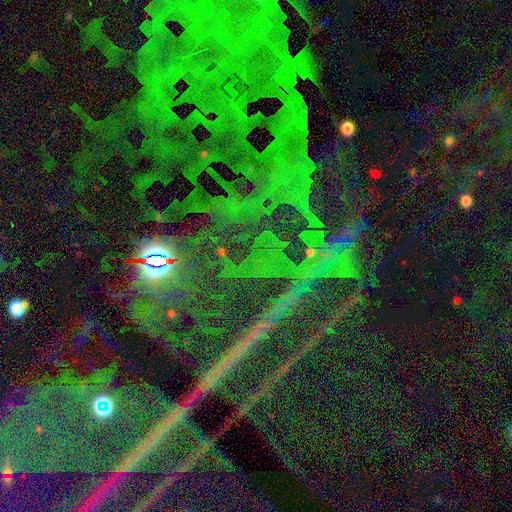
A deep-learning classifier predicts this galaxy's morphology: Smooth or featured: star or artifact — 87% (featured or disk — 8%)